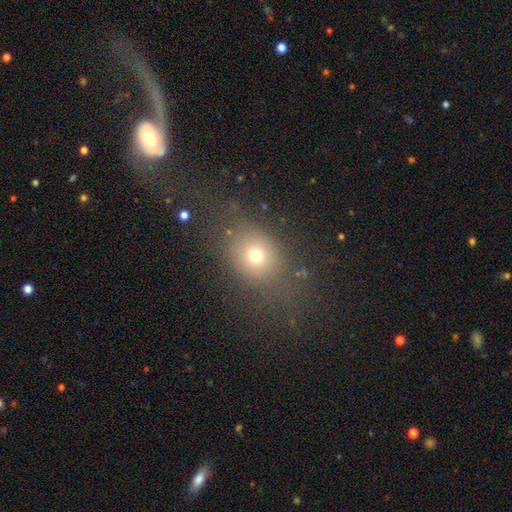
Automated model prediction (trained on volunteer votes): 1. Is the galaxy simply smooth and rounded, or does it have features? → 71% smooth, 17% star or artifact, 12% featured or disk.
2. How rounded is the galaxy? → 52% round, 46% in between, 2% cigar-shaped.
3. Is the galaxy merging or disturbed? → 63% none, 15% minor disturbance, 15% major disturbance, 7% merger.